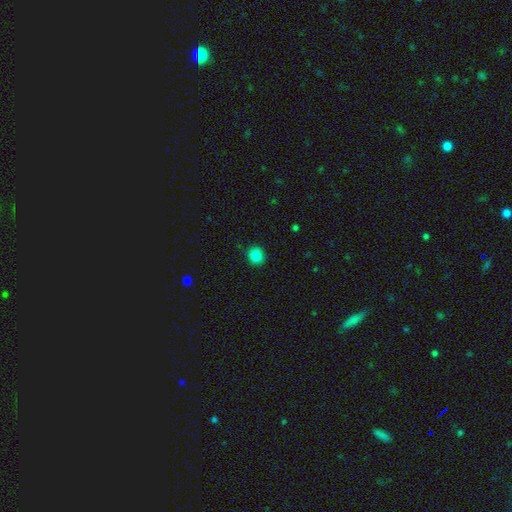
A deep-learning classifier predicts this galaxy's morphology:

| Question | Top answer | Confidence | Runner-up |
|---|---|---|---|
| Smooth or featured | smooth | 85% | star or artifact (11%) |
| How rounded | round | 84% | in between (15%) |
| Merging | none | 89% | minor disturbance (8%) |